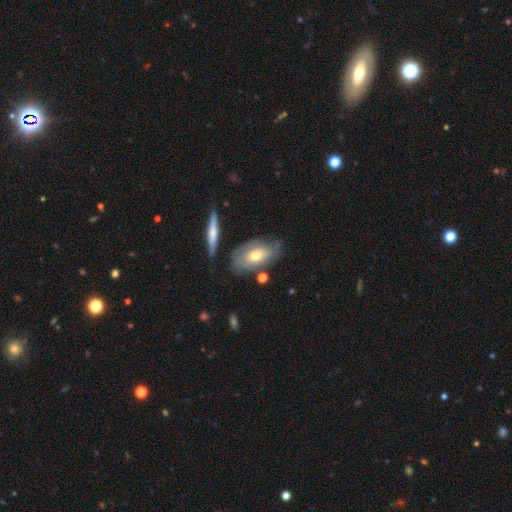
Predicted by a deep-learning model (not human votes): Overall: smooth (47%; featured or disk 46%). Merging: none (65%).